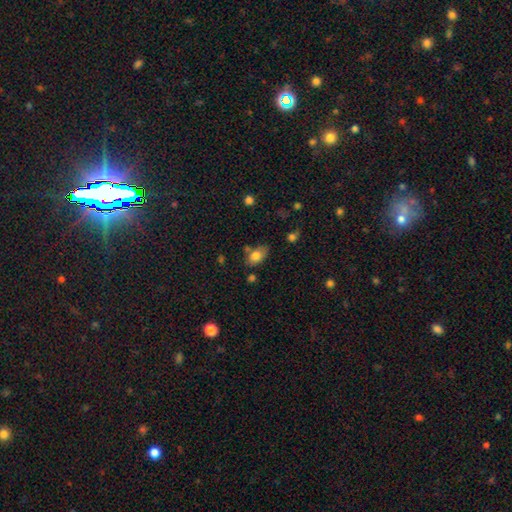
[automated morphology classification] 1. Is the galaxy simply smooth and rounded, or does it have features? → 79% smooth, 12% featured or disk, 9% star or artifact.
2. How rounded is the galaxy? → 86% in between, 12% round, 2% cigar-shaped.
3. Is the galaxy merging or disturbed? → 61% none, 23% minor disturbance, 10% merger, 6% major disturbance.